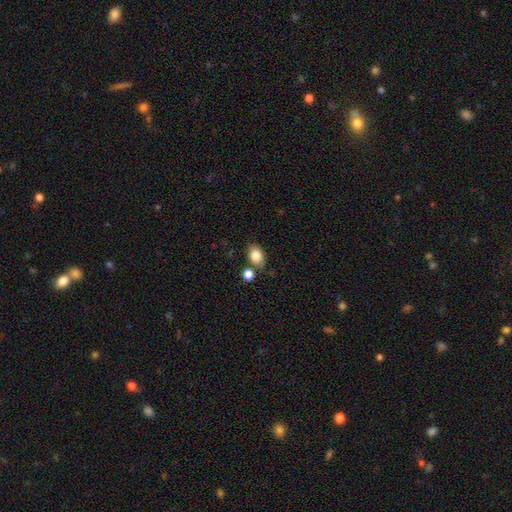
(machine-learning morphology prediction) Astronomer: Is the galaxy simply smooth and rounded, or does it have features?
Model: smooth — 83%.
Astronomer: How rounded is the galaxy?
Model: in between — 73%.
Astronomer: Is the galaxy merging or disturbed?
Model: none — 72%.